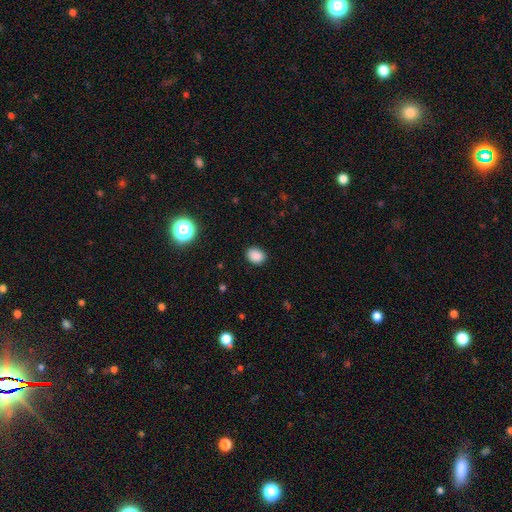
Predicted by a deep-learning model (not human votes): This is clearly a smooth galaxy (87%). How rounded: possibly in between (57%). Merging: clearly none (87%).